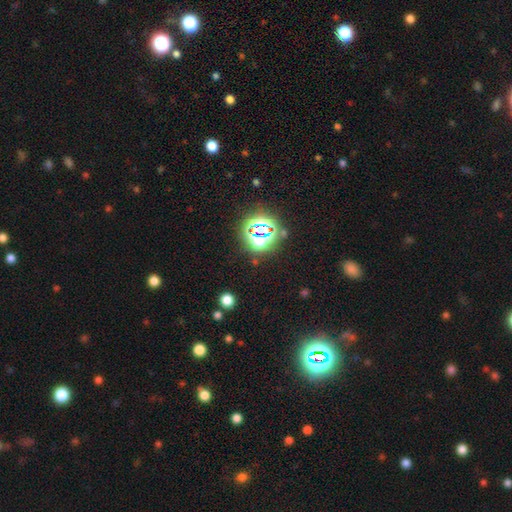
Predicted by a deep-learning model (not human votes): Smooth or featured: star or artifact — 81% (smooth — 12%)